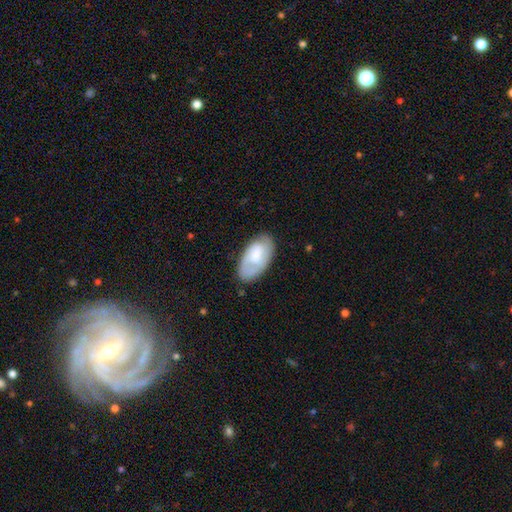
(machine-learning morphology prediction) smooth 60%, featured or disk 34%, star or artifact 6%. Down the decision tree: how rounded — in between (94%); merging — none (70%).